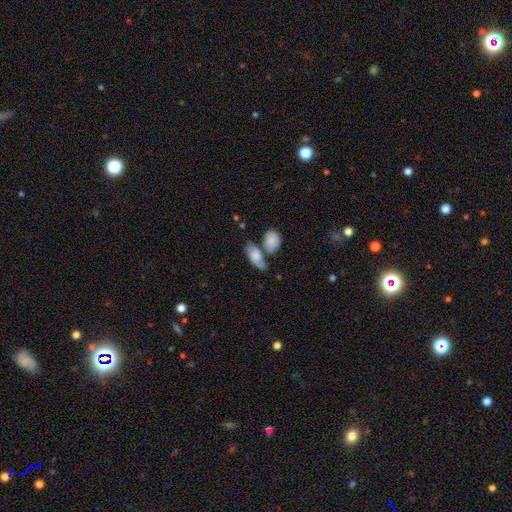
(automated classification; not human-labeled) A smooth galaxy with no disk features (70%) that is in between round and cigar-shaped (83%).

Vote fractions:
- Smooth or featured? smooth: 70% / featured or disk: 23% / star or artifact: 7%
- How rounded? in between: 83% / round: 9% / cigar-shaped: 7%
- Merging? merger: 41% / none: 31% / minor disturbance: 18% / major disturbance: 10%